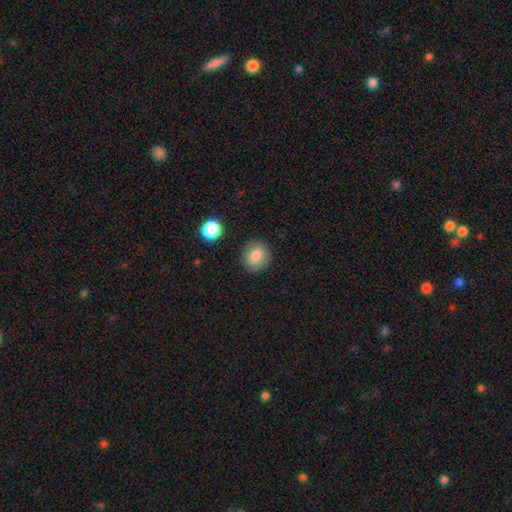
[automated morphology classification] type=smooth (82%); roundness=round (77%); merging=none (86%).